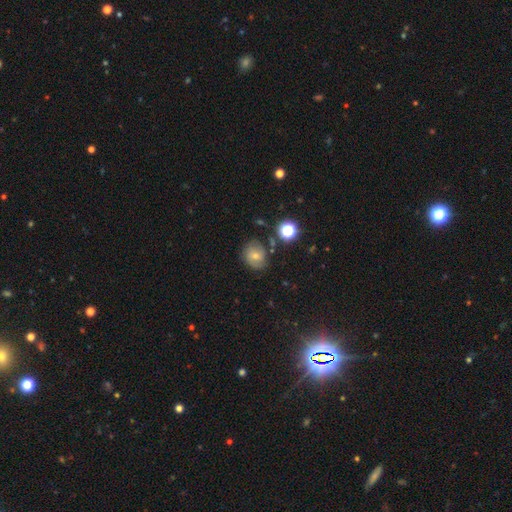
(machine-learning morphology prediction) A smooth galaxy with no disk features (50%).

Vote fractions:
- Smooth or featured? smooth: 50% / featured or disk: 35% / star or artifact: 16%
- Merging? none: 71% / minor disturbance: 19% / major disturbance: 6% / merger: 4%